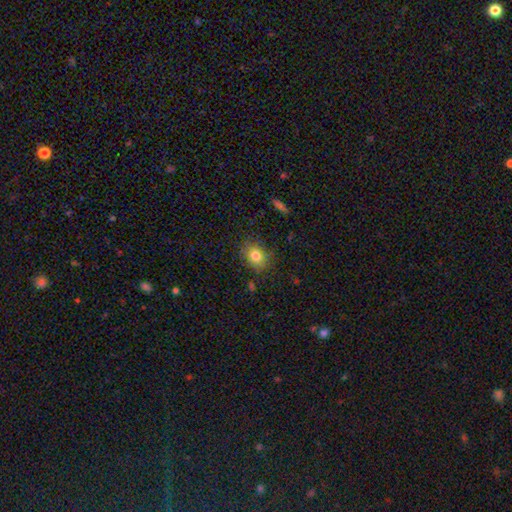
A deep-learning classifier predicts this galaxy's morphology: This is clearly a smooth galaxy (81%). How rounded: possibly in between (53%). Merging: likely none (80%).